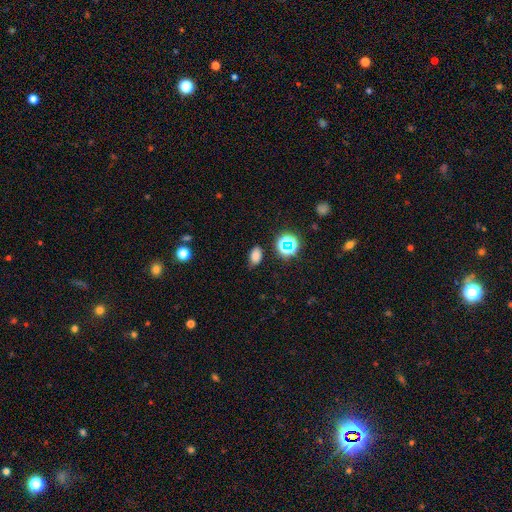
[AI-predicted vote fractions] Smooth or featured? smooth (77%)
How rounded? in between (85%)
Merging? none (80%)